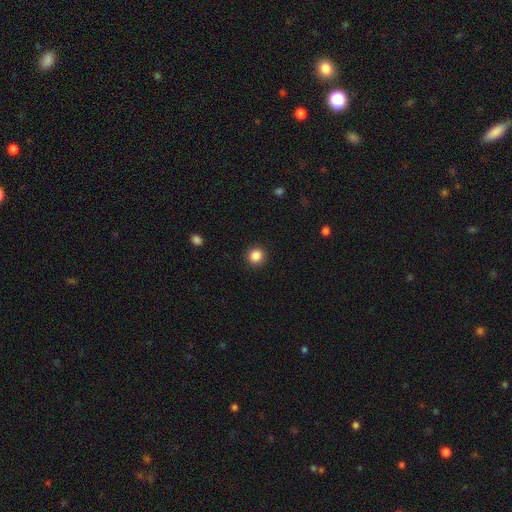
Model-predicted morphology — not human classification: Smooth or featured?
  - smooth: 86% *
  - star or artifact: 10%
  - featured or disk: 3%
How rounded?
  - round: 93% *
  - in between: 6%
  - cigar-shaped: 1%
Merging?
  - none: 92% *
  - minor disturbance: 5%
  - major disturbance: 2%
  - merger: 1%